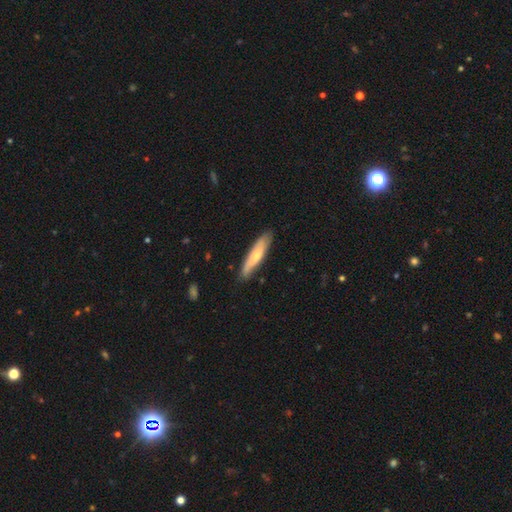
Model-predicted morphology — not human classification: Smooth or featured? Predicted: smooth (p=0.59). How rounded? Predicted: cigar-shaped (p=0.77). Merging? Predicted: none (p=0.80).